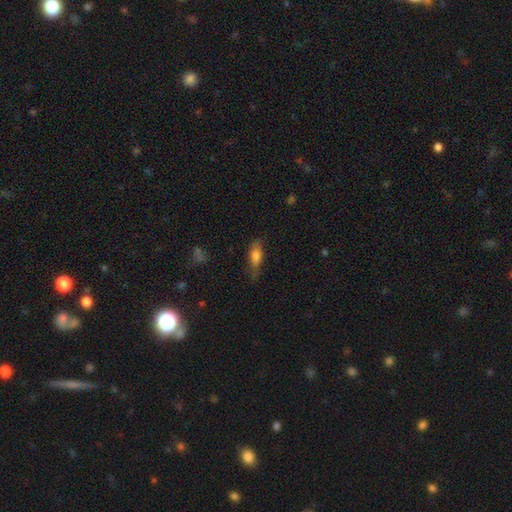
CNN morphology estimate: A smooth galaxy with no disk features (75%) that is in between round and cigar-shaped (66%).

Vote fractions:
- Smooth or featured? smooth: 75% / featured or disk: 17% / star or artifact: 8%
- How rounded? in between: 66% / cigar-shaped: 31% / round: 3%
- Merging? none: 61% / minor disturbance: 27% / major disturbance: 9% / merger: 2%